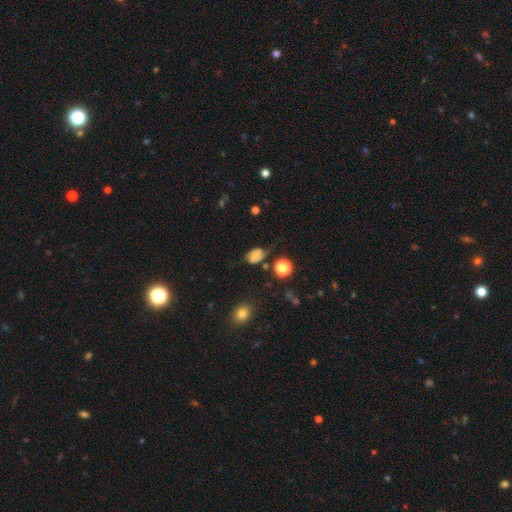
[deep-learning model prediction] Smooth or featured?
  - smooth: 66% *
  - featured or disk: 17%
  - star or artifact: 17%
How rounded?
  - in between: 71% *
  - round: 28%
  - cigar-shaped: 2%
Merging?
  - none: 55% *
  - minor disturbance: 29%
  - major disturbance: 10%
  - merger: 5%